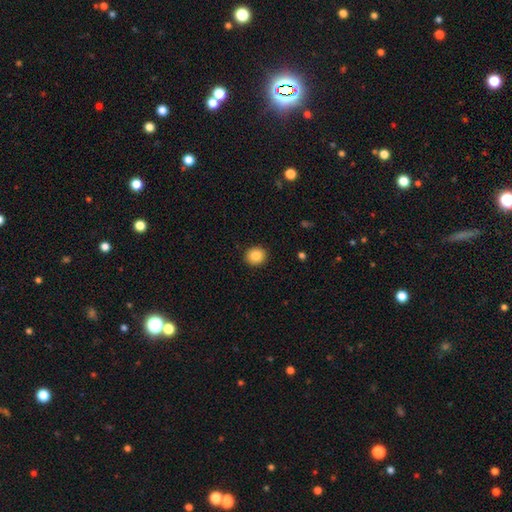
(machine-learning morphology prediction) The model was most divided on "how rounded": round: 85%, in between: 14%, cigar-shaped: 1%. More confident: merging — none (92%); smooth or featured — smooth (87%).